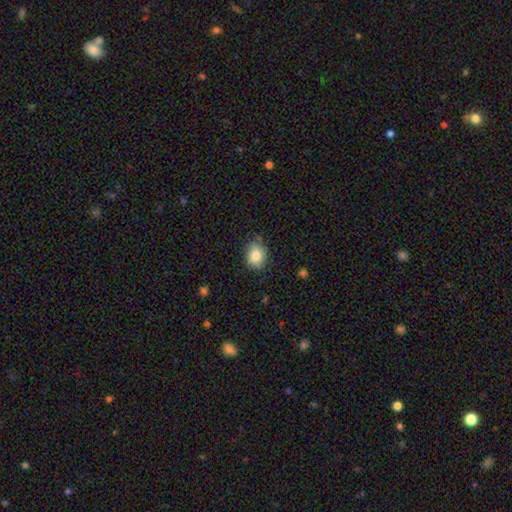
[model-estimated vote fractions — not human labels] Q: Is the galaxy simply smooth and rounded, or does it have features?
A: smooth — 84%.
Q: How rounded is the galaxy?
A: in between — 51%.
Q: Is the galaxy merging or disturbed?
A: none — 75%.